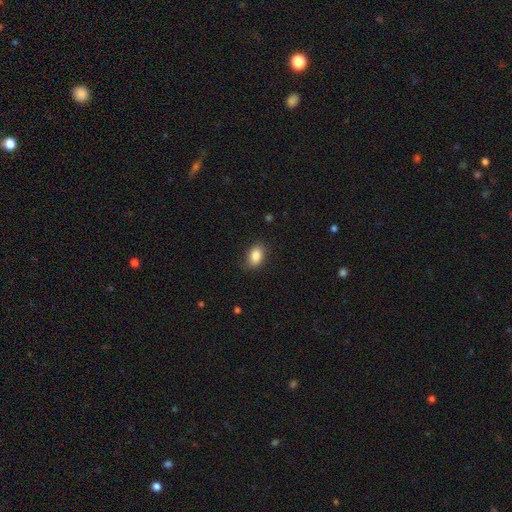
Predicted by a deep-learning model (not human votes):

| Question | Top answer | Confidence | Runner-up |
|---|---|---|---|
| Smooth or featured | smooth | 86% | star or artifact (8%) |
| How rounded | in between | 83% | round (16%) |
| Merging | none | 82% | minor disturbance (14%) |